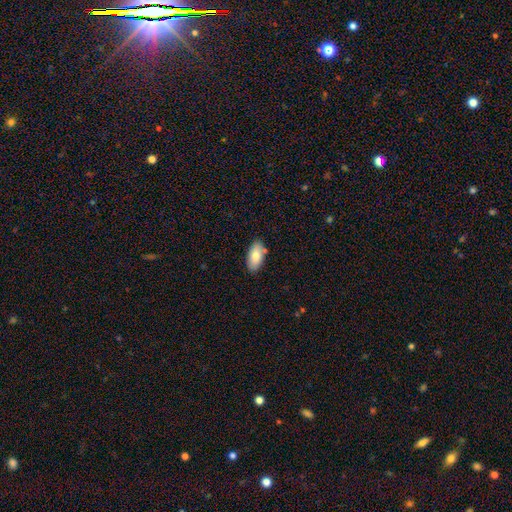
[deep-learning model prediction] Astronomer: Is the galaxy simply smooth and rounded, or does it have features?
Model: smooth — 79%.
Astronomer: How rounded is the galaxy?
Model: in between — 94%.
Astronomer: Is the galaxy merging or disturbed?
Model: none — 83%.